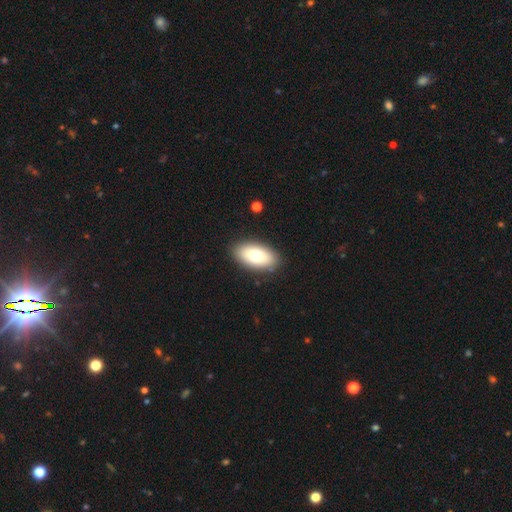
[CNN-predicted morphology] Q: Smooth or featured?
A: smooth (78%); runner-up: featured or disk (16%)
Q: How rounded?
A: in between (94%); runner-up: round (3%)
Q: Merging?
A: none (89%); runner-up: minor disturbance (8%)